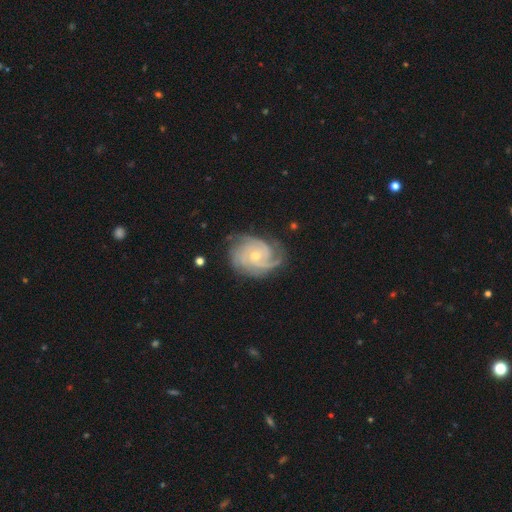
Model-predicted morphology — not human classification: This appears to be a featured or disk galaxy (90%) with no bar (71%), 3 (39%) tight (66%) spiral arms (98%) and a small central bulge (55%). Merging: none (74%).